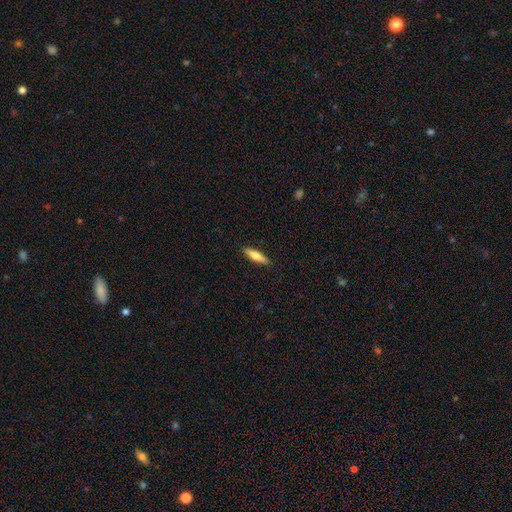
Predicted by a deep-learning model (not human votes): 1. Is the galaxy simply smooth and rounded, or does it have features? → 72% smooth, 23% featured or disk, 6% star or artifact.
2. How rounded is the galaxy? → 73% cigar-shaped, 25% in between, 2% round.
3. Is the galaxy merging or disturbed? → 90% none, 7% minor disturbance, 2% major disturbance, 1% merger.